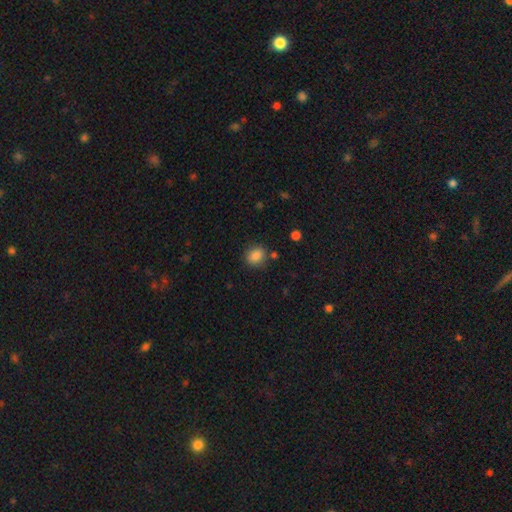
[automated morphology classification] Smooth or featured: smooth — 86% (star or artifact — 10%)
How rounded: round — 65% (in between — 34%)
Merging: none — 81% (minor disturbance — 11%)